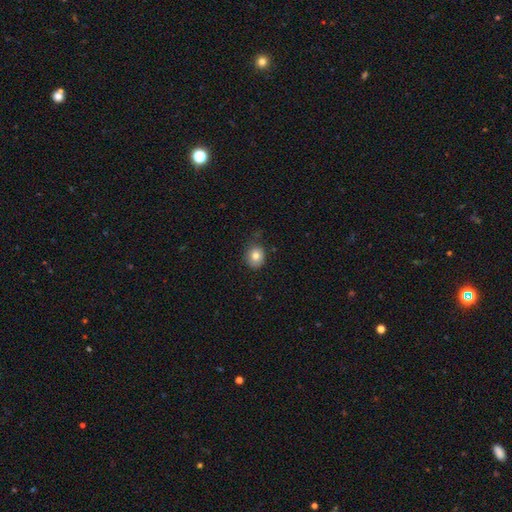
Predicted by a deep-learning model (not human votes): smooth_or_featured: smooth (p=0.80) [alt: featured or disk p=0.11]
how_rounded: round (p=0.67) [alt: in between p=0.32]
merging: none (p=0.73) [alt: minor disturbance p=0.21]